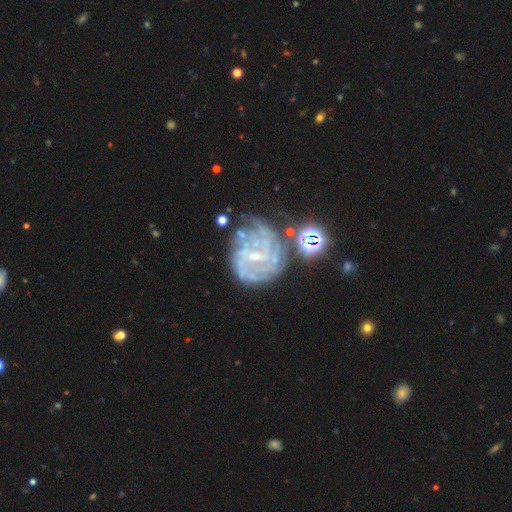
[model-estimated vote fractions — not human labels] Smooth or featured?
  - featured or disk: 79% *
  - star or artifact: 11%
  - smooth: 10%
Edge-on disk?
  - no: 98% *
  - yes: 2%
Bar?
  - weak: 48% *
  - no: 37%
  - strong: 14%
Spiral arms?
  - yes: 86% *
  - no: 14%
Spiral winding?
  - tight: 57% *
  - medium: 31%
  - loose: 11%
Spiral arm count?
  - can't tell: 42% *
  - 3: 16%
  - 2: 14%
  - 4: 14%
  - more than 4: 7%
  - 1: 6%
Bulge size?
  - small: 72% *
  - moderate: 15%
  - none: 11%
  - large: 1%
  - dominant: 1%
Merging?
  - none: 52% *
  - minor disturbance: 23%
  - major disturbance: 18%
  - merger: 8%